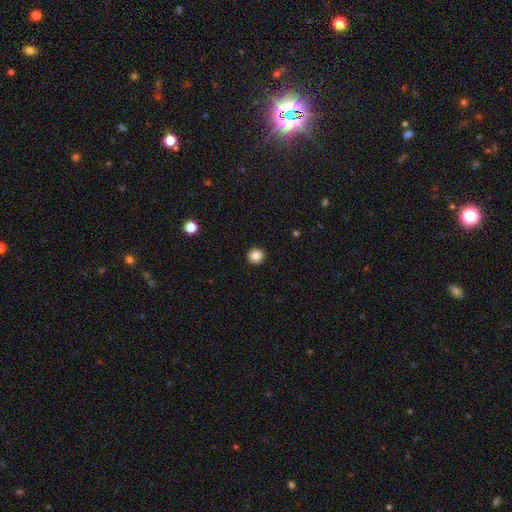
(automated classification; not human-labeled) The model was most divided on "smooth or featured": smooth: 85%, star or artifact: 10%, featured or disk: 5%. More confident: merging — none (93%); how rounded — round (88%).